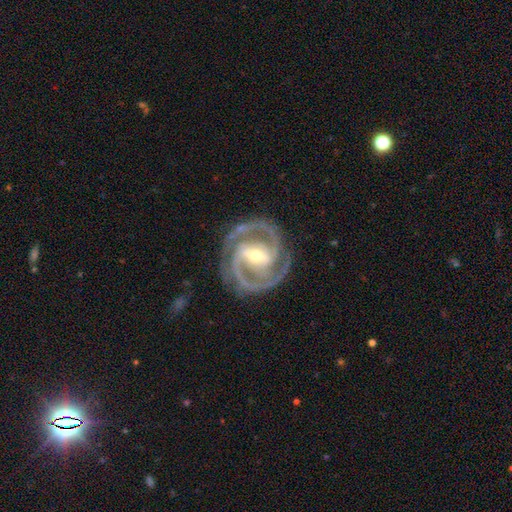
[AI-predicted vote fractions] featured or disk 93%, star or artifact 4%, smooth 3%. Down the decision tree: edge-on disk — no (97%); bar — strong (58%); spiral arms — yes (98%); spiral arm count — 2 (85%); spiral winding — tight (52%); bulge size — moderate (49%); merging — none (83%).